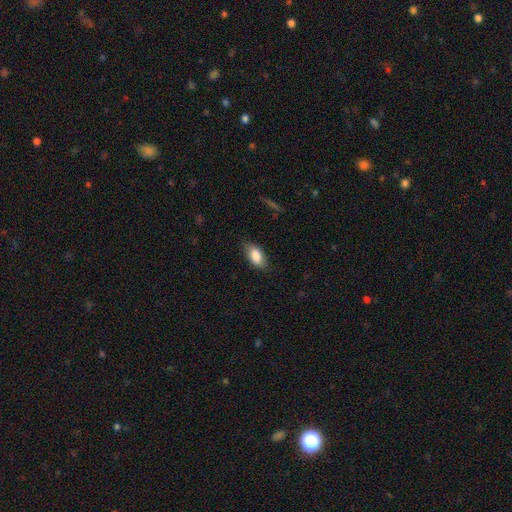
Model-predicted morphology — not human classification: smooth_or_featured: smooth (p=0.86) [alt: featured or disk p=0.08]
how_rounded: in between (p=0.91) [alt: round p=0.05]
merging: none (p=0.78) [alt: minor disturbance p=0.17]